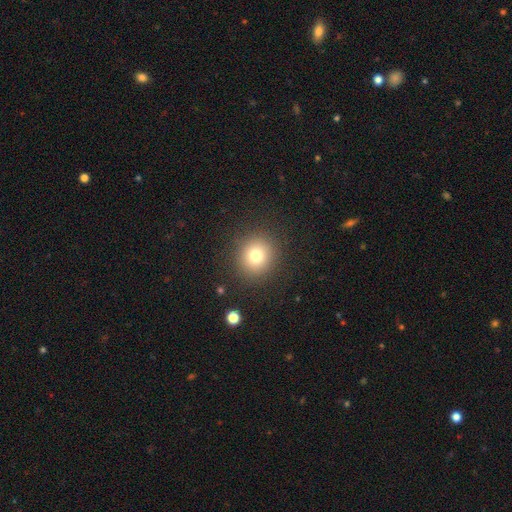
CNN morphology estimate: Smooth or featured: smooth — 76% (star or artifact — 14%)
How rounded: round — 90% (in between — 9%)
Merging: none — 89% (minor disturbance — 6%)